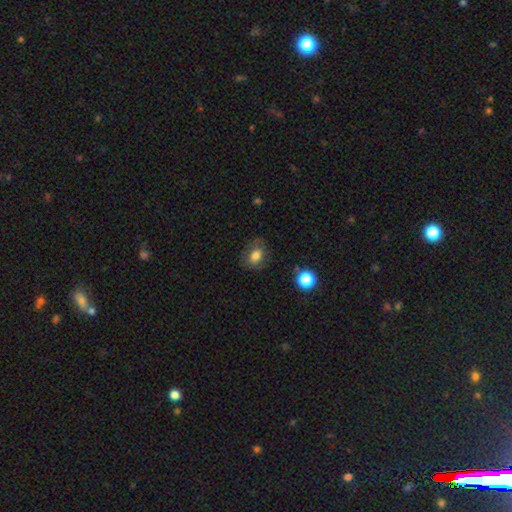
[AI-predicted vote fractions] Smooth or featured? smooth (76%)
How rounded? in between (58%)
Merging? none (74%)